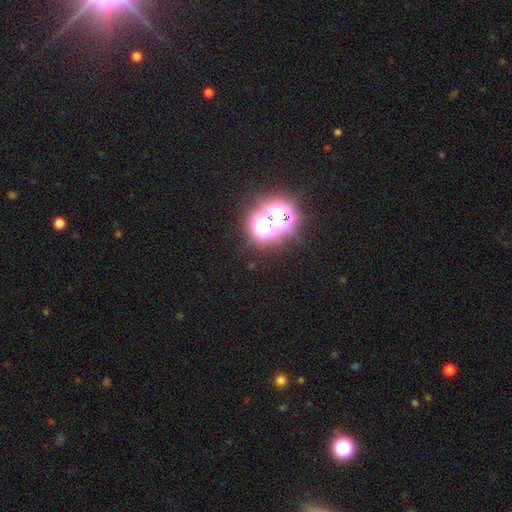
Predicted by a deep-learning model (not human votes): Smooth or featured? star or artifact (73%)